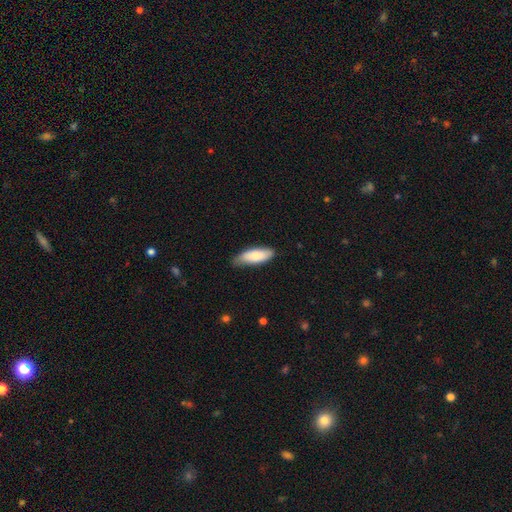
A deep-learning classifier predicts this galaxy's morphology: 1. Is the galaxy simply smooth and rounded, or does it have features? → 80% smooth, 15% featured or disk, 6% star or artifact.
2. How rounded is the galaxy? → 68% in between, 31% cigar-shaped, 2% round.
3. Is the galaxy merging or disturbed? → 72% none, 23% minor disturbance, 3% major disturbance, 1% merger.